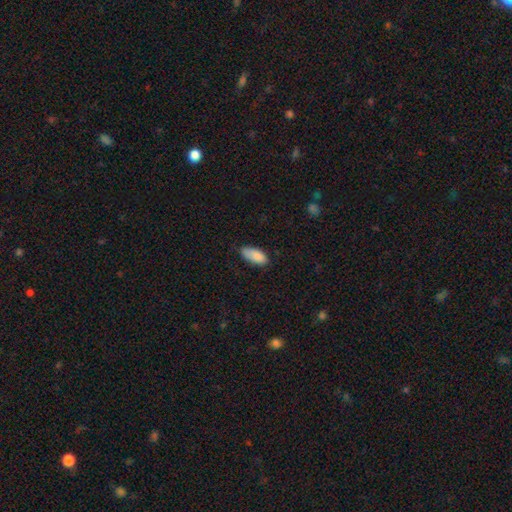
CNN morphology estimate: A smooth galaxy with no disk features (88%) that is in between round and cigar-shaped (89%).

Vote fractions:
- Smooth or featured? smooth: 88% / star or artifact: 6% / featured or disk: 5%
- How rounded? in between: 89% / cigar-shaped: 9% / round: 2%
- Merging? none: 69% / minor disturbance: 26% / major disturbance: 4% / merger: 1%